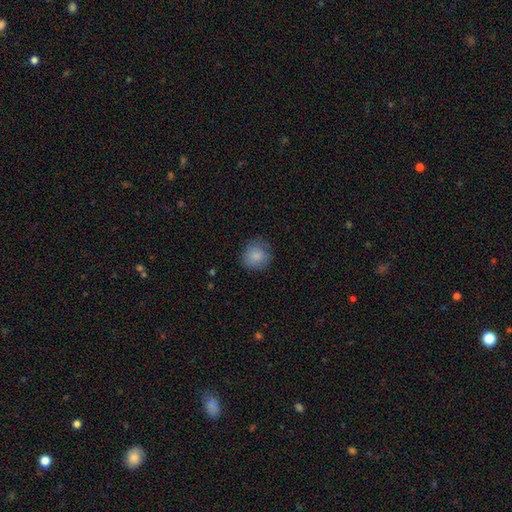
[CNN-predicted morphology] smooth-or-featured: smooth: 86% | star or artifact: 8% | featured or disk: 7%
  how-rounded: round: 88% | in between: 11% | cigar-shaped: 1%
  merging: none: 80% | minor disturbance: 15% | major disturbance: 4% | merger: 1%